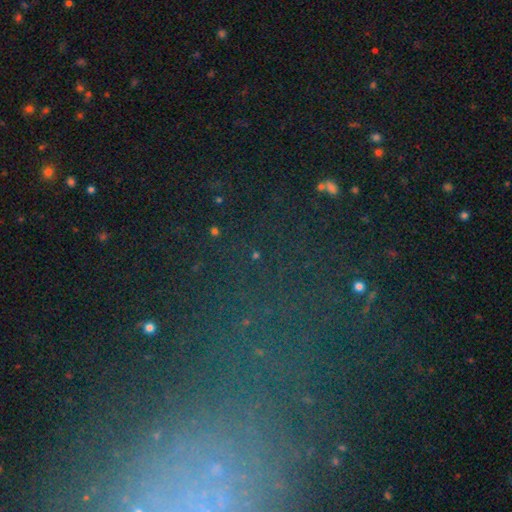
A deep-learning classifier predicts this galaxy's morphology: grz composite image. It shows a star or artifact, not a galaxy (72%).